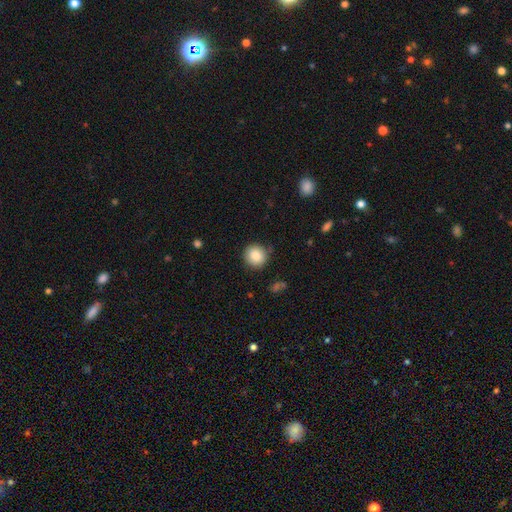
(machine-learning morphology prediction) Smooth or featured: smooth — 87% (star or artifact — 9%)
How rounded: round — 92% (in between — 7%)
Merging: none — 85% (minor disturbance — 11%)